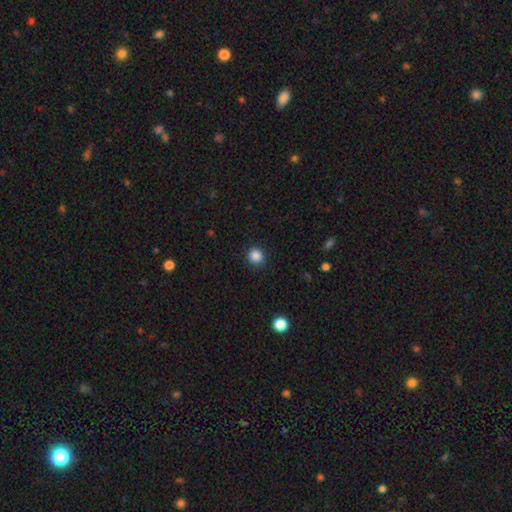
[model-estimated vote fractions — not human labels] This is clearly a smooth galaxy (87%). How rounded: clearly round (90%). Merging: clearly none (90%).